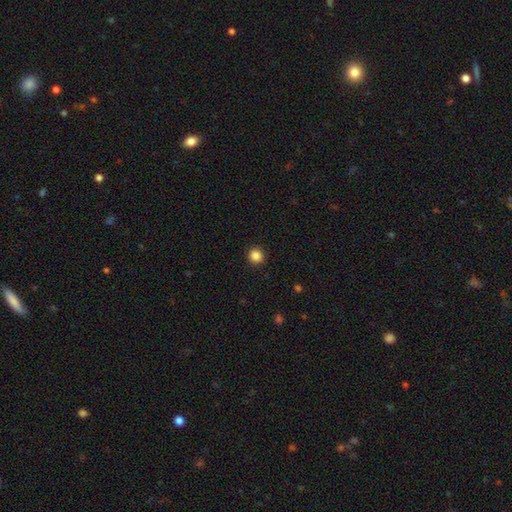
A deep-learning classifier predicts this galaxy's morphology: Smooth or featured? smooth (86%)
How rounded? round (93%)
Merging? none (93%)